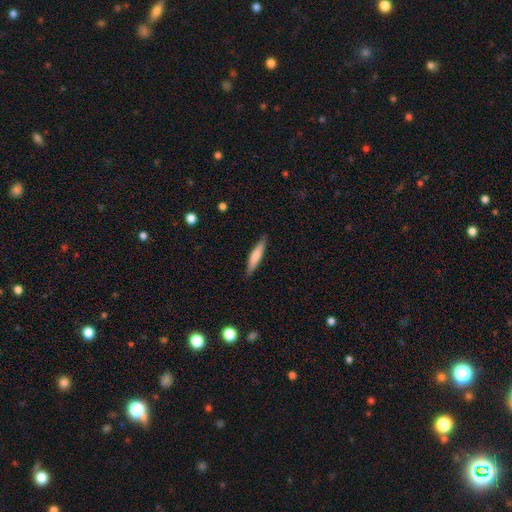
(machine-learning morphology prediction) Overall: smooth (66%; featured or disk 29%). How rounded: cigar-shaped (86%). Merging: none (88%).